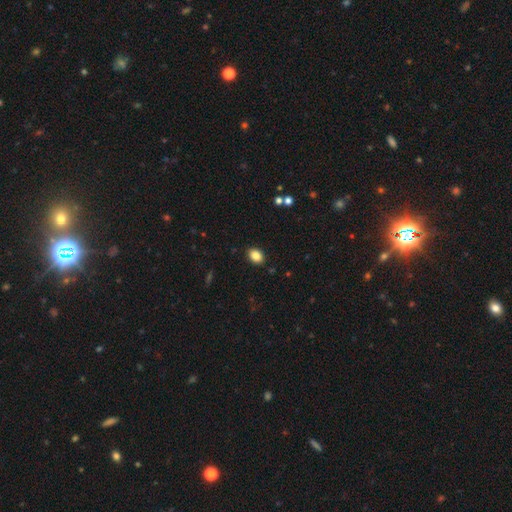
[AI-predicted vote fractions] Morphology: type=smooth (86%); roundness=in between (74%); merging=none (89%).